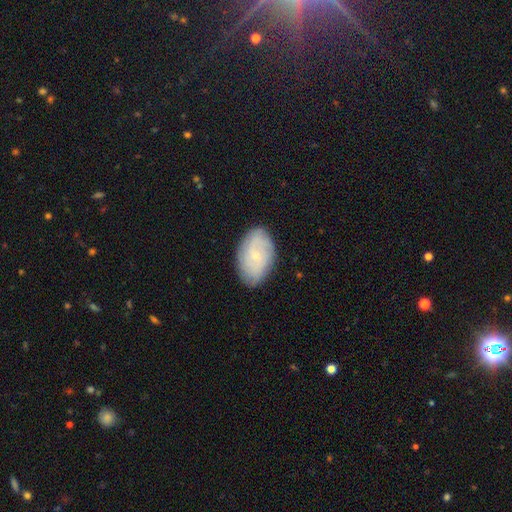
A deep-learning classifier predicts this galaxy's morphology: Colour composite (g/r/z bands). It shows a featured or disk galaxy (54%) with no bar (75%), spiral arms (79%) and a small central bulge (81%). Merging: none (81%).